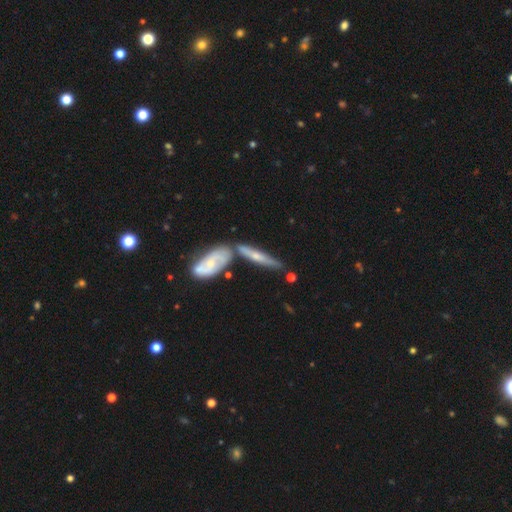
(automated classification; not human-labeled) Smooth or featured?
  - featured or disk: 56% *
  - smooth: 38%
  - star or artifact: 6%
Edge-on disk?
  - yes: 80% *
  - no: 20%
Merging?
  - none: 55% *
  - merger: 27%
  - minor disturbance: 14%
  - major disturbance: 4%